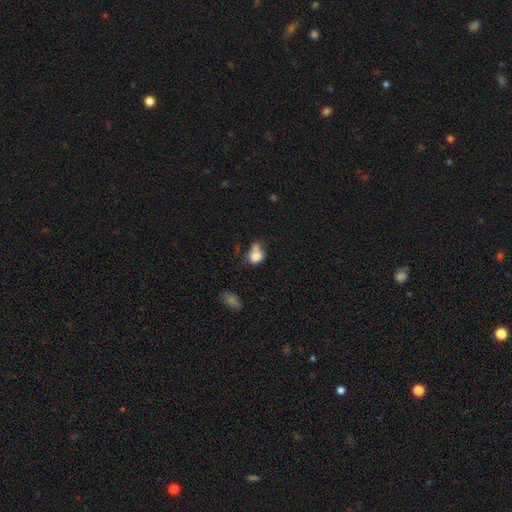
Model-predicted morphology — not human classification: type=smooth (77%); roundness=in between (50%); merging=merger (42%).